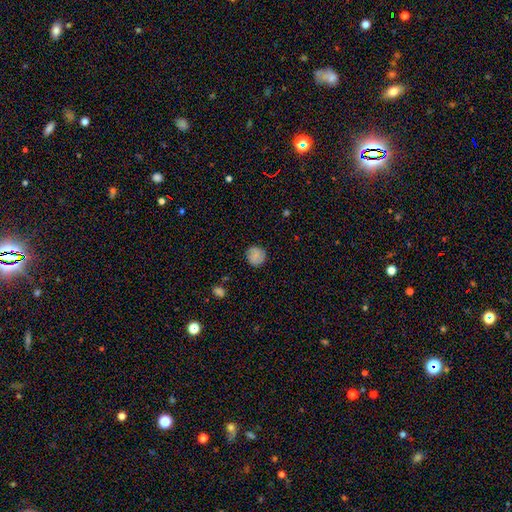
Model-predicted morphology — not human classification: This is likely a smooth galaxy (80%). How rounded: clearly round (91%). Merging: clearly none (86%).